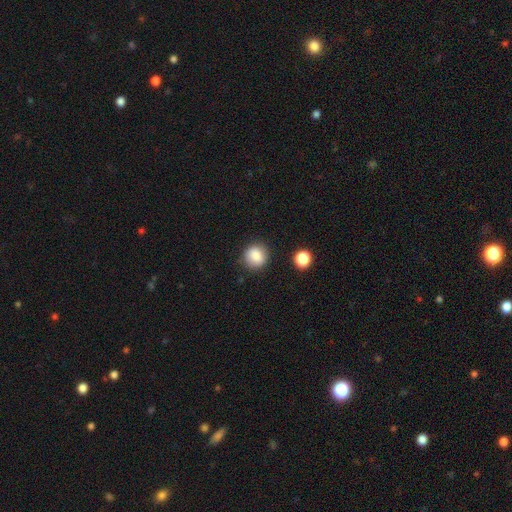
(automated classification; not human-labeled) Morphology: type=smooth (85%); roundness=round (87%); merging=none (85%).